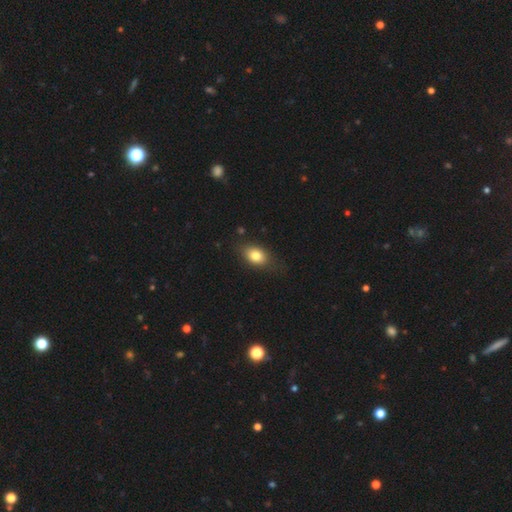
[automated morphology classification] smooth_or_featured: smooth (p=0.80) [alt: featured or disk p=0.12]
how_rounded: in between (p=0.80) [alt: round p=0.17]
merging: none (p=0.76) [alt: minor disturbance p=0.18]